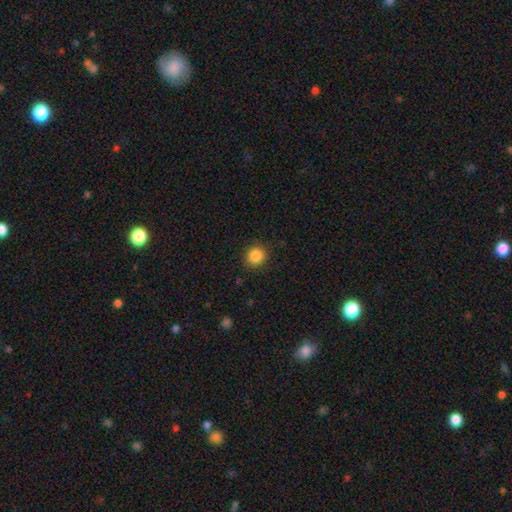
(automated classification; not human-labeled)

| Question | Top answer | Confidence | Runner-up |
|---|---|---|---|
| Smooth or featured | smooth | 86% | star or artifact (10%) |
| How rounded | round | 86% | in between (13%) |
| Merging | none | 89% | minor disturbance (8%) |